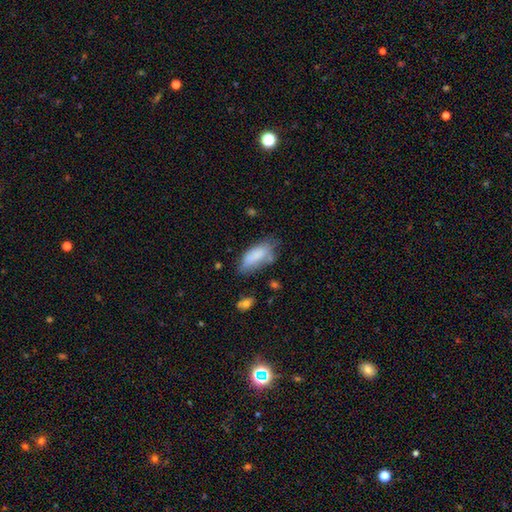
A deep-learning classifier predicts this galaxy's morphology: The model was most divided on "merging": none: 48%, minor disturbance: 33%, major disturbance: 13%, merger: 7%. More confident: how rounded — in between (83%); smooth or featured — smooth (80%).